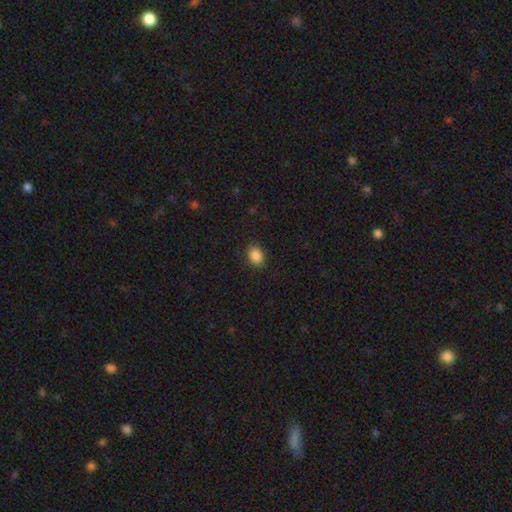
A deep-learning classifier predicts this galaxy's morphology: Overall: smooth (88%). How rounded: in between (69%; round 30%). Merging: none (88%).